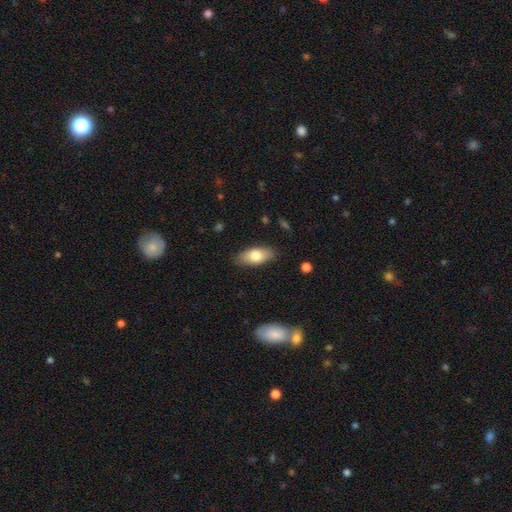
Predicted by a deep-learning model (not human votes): smooth-or-featured: smooth: 76% | featured or disk: 18% | star or artifact: 6%
  how-rounded: in between: 87% | cigar-shaped: 10% | round: 3%
  merging: none: 85% | minor disturbance: 12% | major disturbance: 2% | merger: 1%